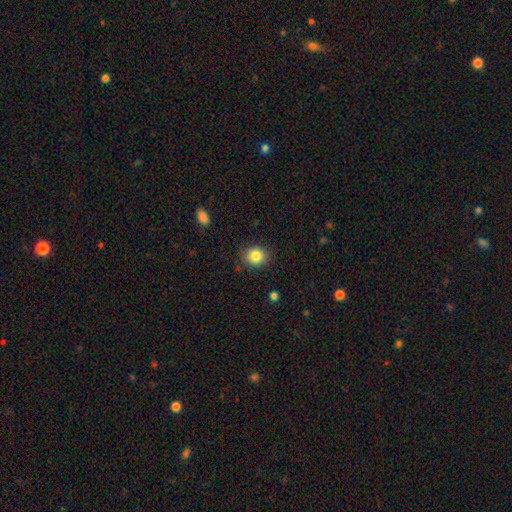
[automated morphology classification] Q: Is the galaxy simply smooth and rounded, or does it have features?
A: smooth — 84%.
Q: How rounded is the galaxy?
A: round — 68%.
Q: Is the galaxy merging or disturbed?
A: none — 86%.